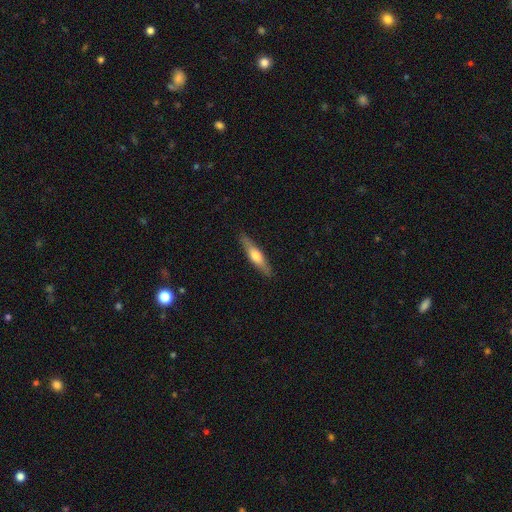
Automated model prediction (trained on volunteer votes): This is possibly a smooth galaxy (47%, tied with featured or disk). Merging: clearly none (89%).